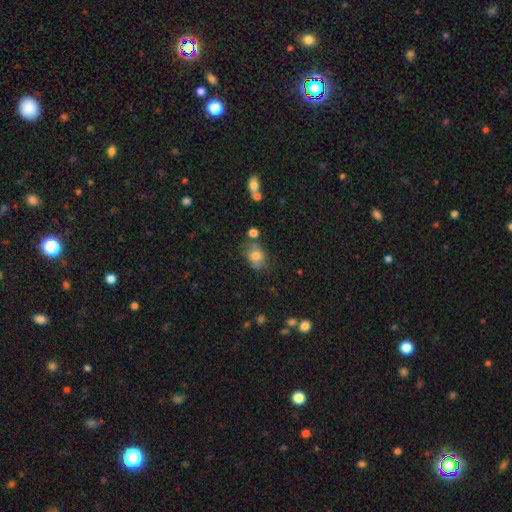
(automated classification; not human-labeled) The model was most divided on "merging": none: 59%, minor disturbance: 24%, merger: 8%, major disturbance: 8%. More confident: smooth or featured — smooth (72%); how rounded — in between (70%).